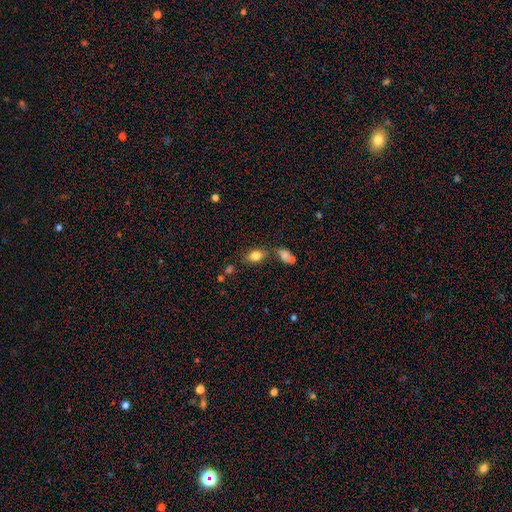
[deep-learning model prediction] Morphology: type=smooth (81%); roundness=in between (83%); merging=none (71%).